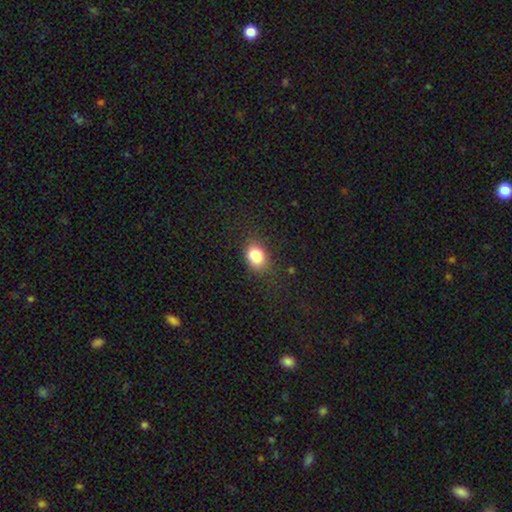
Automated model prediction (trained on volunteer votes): smooth-or-featured: smooth: 84% | star or artifact: 10% | featured or disk: 6%
  how-rounded: in between: 65% | round: 33% | cigar-shaped: 1%
  merging: none: 70% | minor disturbance: 20% | major disturbance: 7% | merger: 4%